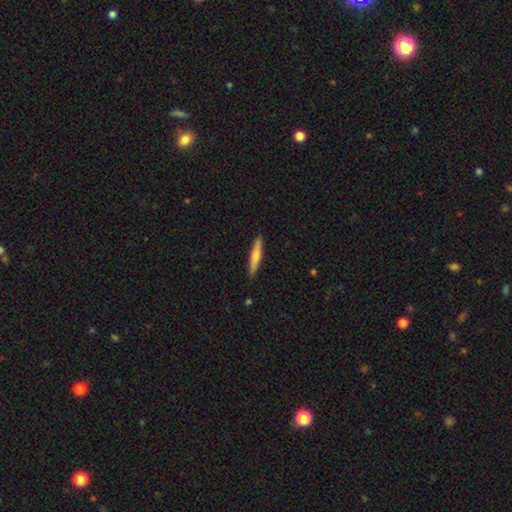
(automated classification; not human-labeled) smooth_or_featured: smooth (p=0.65) [alt: featured or disk p=0.29]
how_rounded: cigar-shaped (p=0.91) [alt: in between p=0.07]
merging: none (p=0.89) [alt: minor disturbance p=0.08]